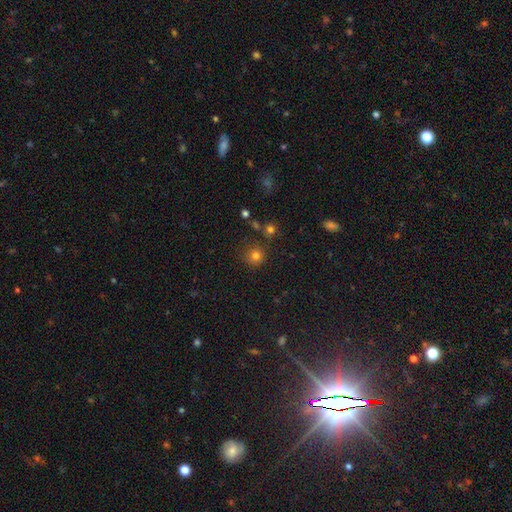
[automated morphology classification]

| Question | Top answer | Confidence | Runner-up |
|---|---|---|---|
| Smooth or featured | smooth | 77% | star or artifact (17%) |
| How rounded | round | 92% | in between (7%) |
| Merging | none | 82% | minor disturbance (10%) |